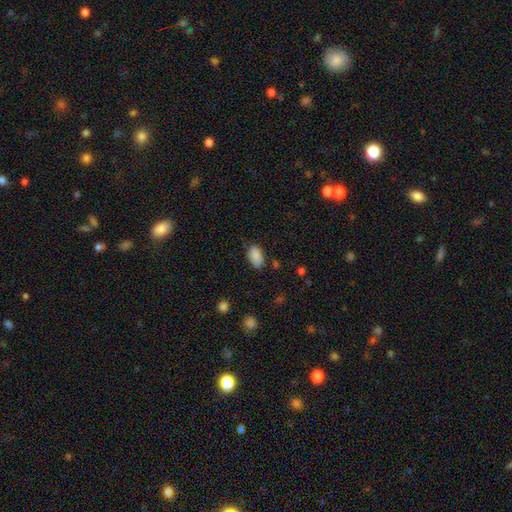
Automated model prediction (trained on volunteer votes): The model was most divided on "merging": none: 75%, minor disturbance: 19%, major disturbance: 4%, merger: 2%. More confident: how rounded — in between (92%); smooth or featured — smooth (87%).